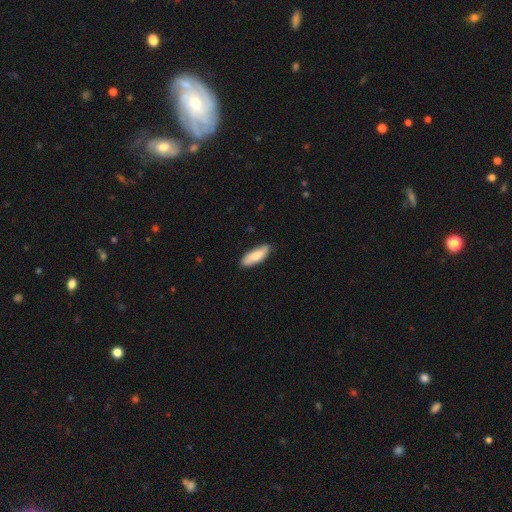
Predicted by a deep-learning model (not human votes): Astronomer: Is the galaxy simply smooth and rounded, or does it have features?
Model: smooth — 76%.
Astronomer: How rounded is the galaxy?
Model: in between — 67%.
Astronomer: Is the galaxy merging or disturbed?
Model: none — 81%.